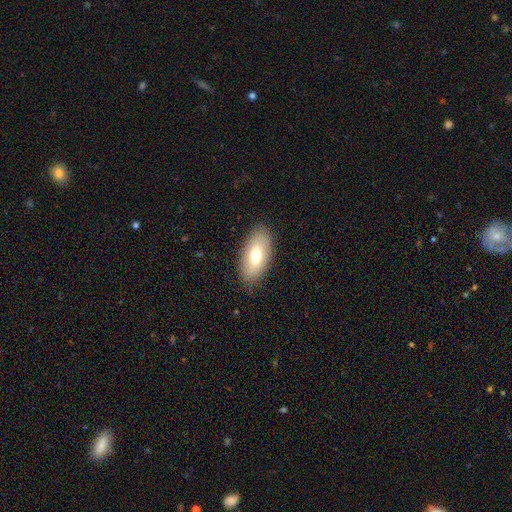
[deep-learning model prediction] Q: Smooth or featured?
A: smooth (71%); runner-up: featured or disk (22%)
Q: How rounded?
A: in between (89%); runner-up: cigar-shaped (9%)
Q: Merging?
A: none (85%); runner-up: minor disturbance (11%)